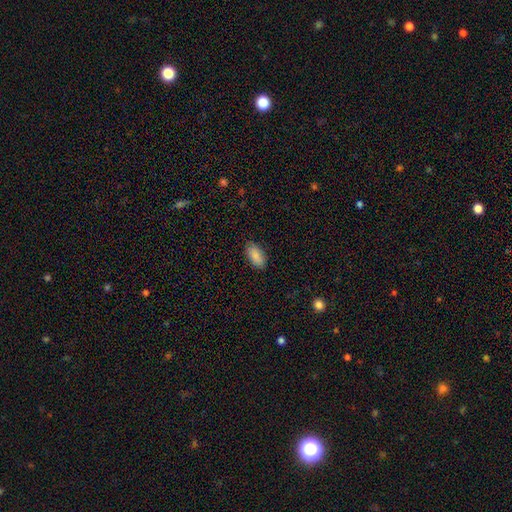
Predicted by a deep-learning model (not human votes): This appears to be a smooth galaxy with no disk features (88%) that is in between round and cigar-shaped (92%). Merging: none (86%).